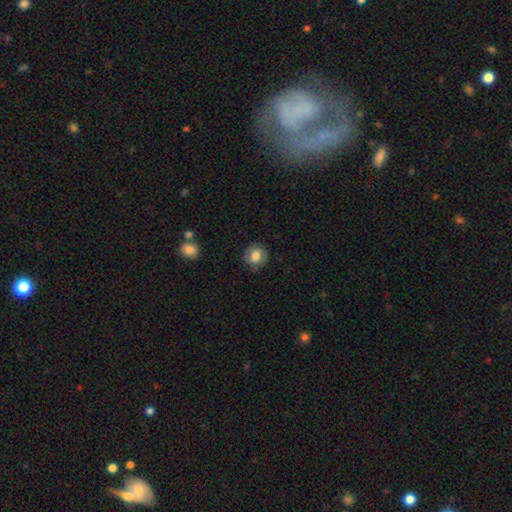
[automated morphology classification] Smooth or featured: smooth — 75% (featured or disk — 16%)
How rounded: round — 83% (in between — 16%)
Merging: none — 80% (minor disturbance — 14%)